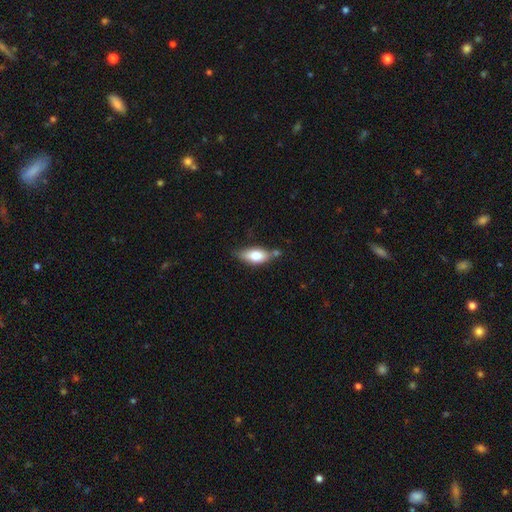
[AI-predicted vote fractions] smooth-or-featured: smooth: 72% | featured or disk: 21% | star or artifact: 7%
  how-rounded: in between: 84% | cigar-shaped: 13% | round: 3%
  merging: none: 59% | minor disturbance: 23% | merger: 12% | major disturbance: 5%